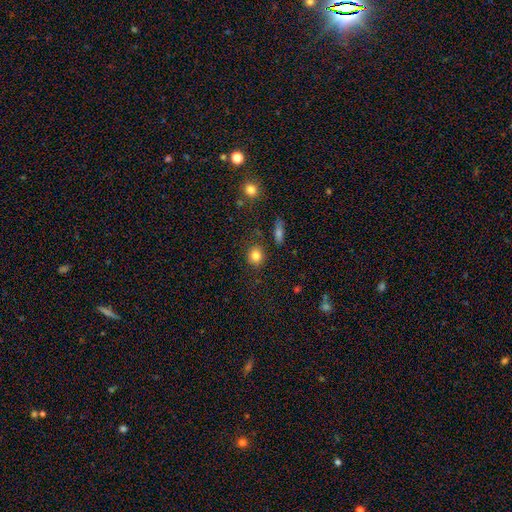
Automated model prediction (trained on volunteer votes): This appears to be a smooth galaxy with no disk features (83%) that is round (79%). Merging: none (85%).